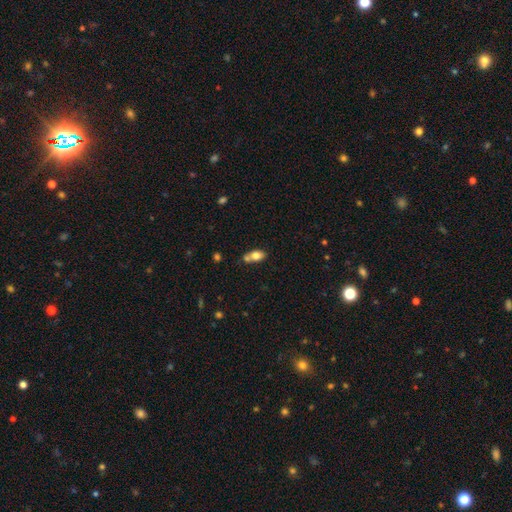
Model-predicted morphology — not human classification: Smooth or featured?
  - smooth: 76% *
  - featured or disk: 15%
  - star or artifact: 9%
How rounded?
  - in between: 85% *
  - round: 11%
  - cigar-shaped: 5%
Merging?
  - none: 44% *
  - merger: 36%
  - minor disturbance: 15%
  - major disturbance: 5%